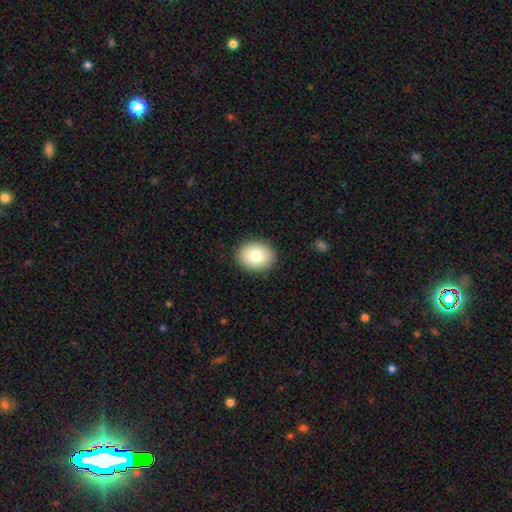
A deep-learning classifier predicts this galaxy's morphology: Smooth or featured?
  - smooth: 80% *
  - featured or disk: 12%
  - star or artifact: 9%
How rounded?
  - round: 55% *
  - in between: 44%
  - cigar-shaped: 1%
Merging?
  - none: 90% *
  - minor disturbance: 7%
  - major disturbance: 2%
  - merger: 1%